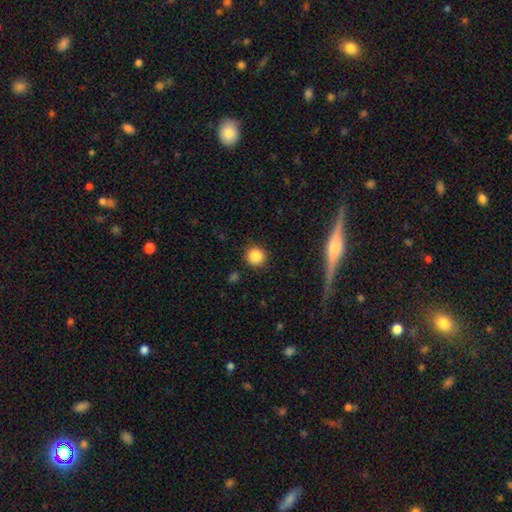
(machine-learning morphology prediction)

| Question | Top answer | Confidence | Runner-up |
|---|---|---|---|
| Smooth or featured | smooth | 85% | star or artifact (11%) |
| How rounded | round | 93% | in between (6%) |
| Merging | none | 88% | minor disturbance (8%) |